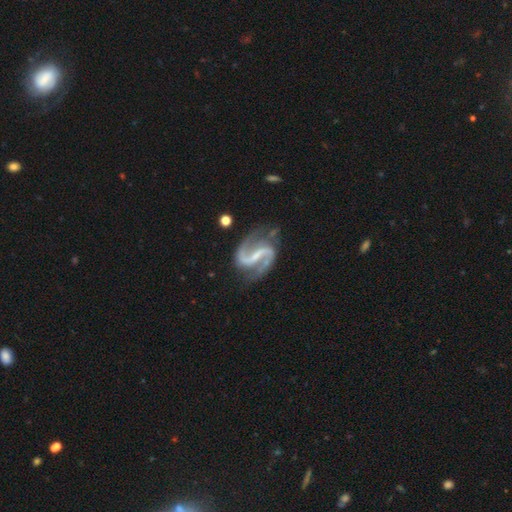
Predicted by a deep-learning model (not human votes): A featured or disk galaxy (93%) with a strong bar (56%), 2 (94%) medium (51%) spiral arms (98%) and a small central bulge (44%). Merging: none (74%).